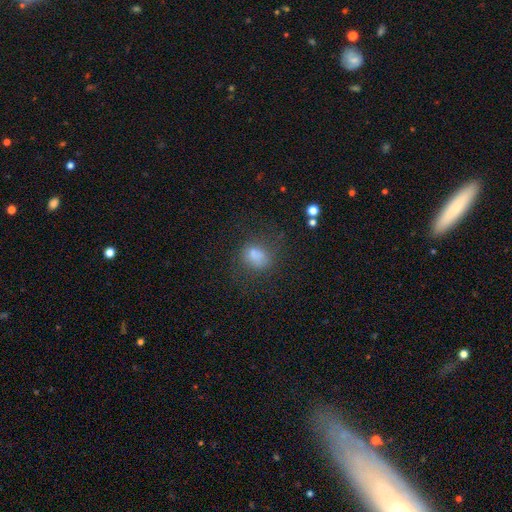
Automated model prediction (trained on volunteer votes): This appears to be a smooth galaxy with no disk features (69%) that is round (56%). Merging: none (52%).